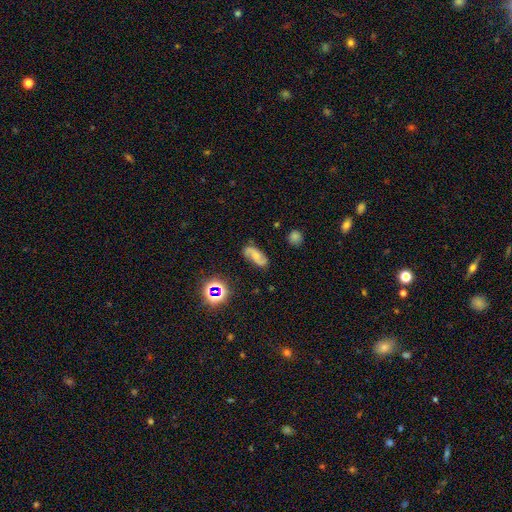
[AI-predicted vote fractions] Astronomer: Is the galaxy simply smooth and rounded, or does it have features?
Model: featured or disk — 68%.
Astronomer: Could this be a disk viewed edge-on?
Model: no — 95%.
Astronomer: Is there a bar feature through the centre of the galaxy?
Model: no — 56% (runner-up: weak, 34%).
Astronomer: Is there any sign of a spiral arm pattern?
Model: yes — 95%.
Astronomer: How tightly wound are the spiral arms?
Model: medium — 44% (runner-up: loose, 38%).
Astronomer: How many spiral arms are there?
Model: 2 — 90%.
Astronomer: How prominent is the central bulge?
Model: small — 43% (runner-up: moderate, 33%).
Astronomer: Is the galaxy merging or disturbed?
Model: none — 78%.